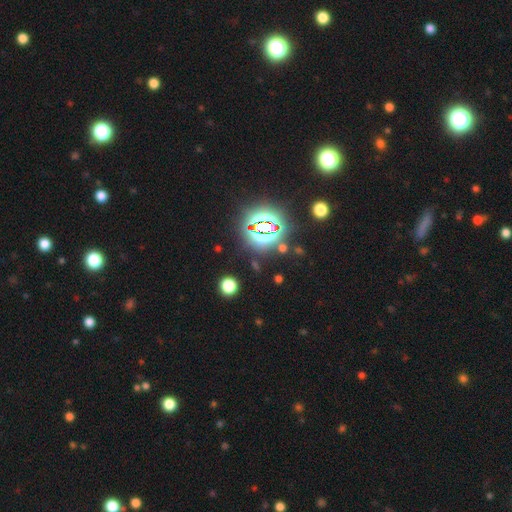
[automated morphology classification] The model was most divided on "smooth or featured": star or artifact: 81%, smooth: 12%, featured or disk: 7%.